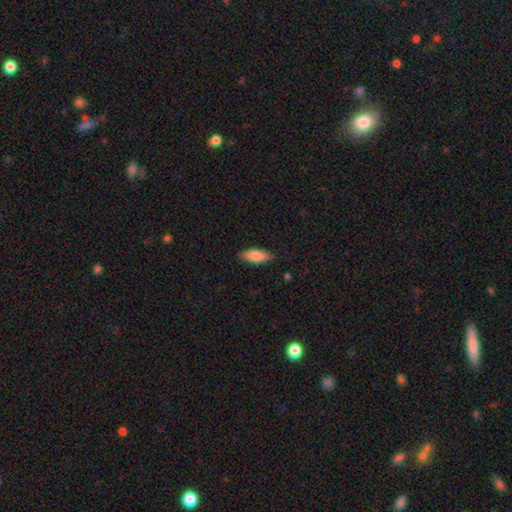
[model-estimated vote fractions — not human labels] A smooth galaxy with no disk features (85%) that is in between round and cigar-shaped (76%). Merging: none (84%).